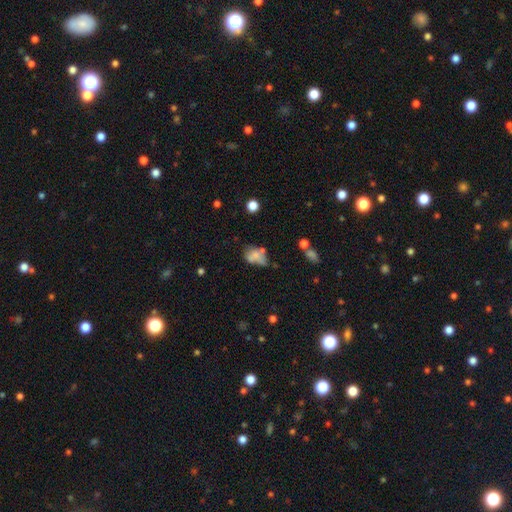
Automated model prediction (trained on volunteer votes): A smooth galaxy with no disk features (61%) that is in between round and cigar-shaped (76%).

Vote fractions:
- Smooth or featured? smooth: 61% / featured or disk: 26% / star or artifact: 12%
- How rounded? in between: 76% / round: 21% / cigar-shaped: 2%
- Merging? none: 31% / merger: 26% / minor disturbance: 24% / major disturbance: 19%